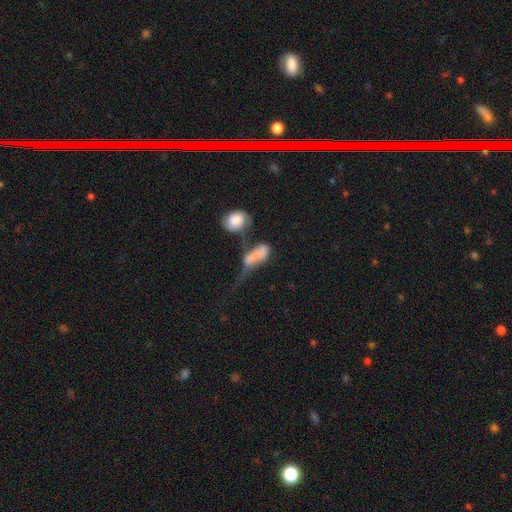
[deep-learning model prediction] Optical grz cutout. It shows a smooth galaxy with no disk features (59%) that is in between round and cigar-shaped (69%). Merging: merger (41%).